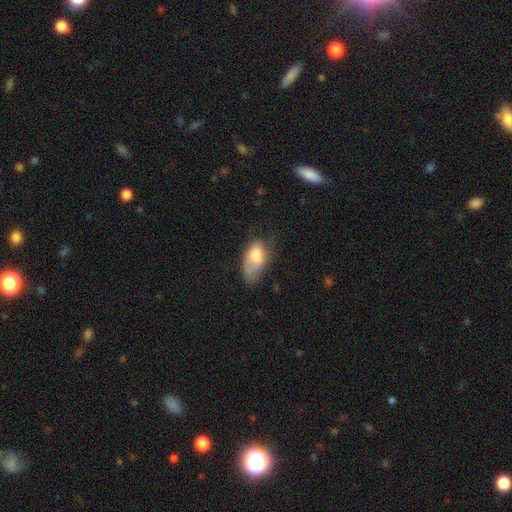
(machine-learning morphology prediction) Q: Smooth or featured?
A: smooth (71%); runner-up: featured or disk (22%)
Q: How rounded?
A: in between (91%); runner-up: cigar-shaped (5%)
Q: Merging?
A: minor disturbance (35%); runner-up: none (32%)